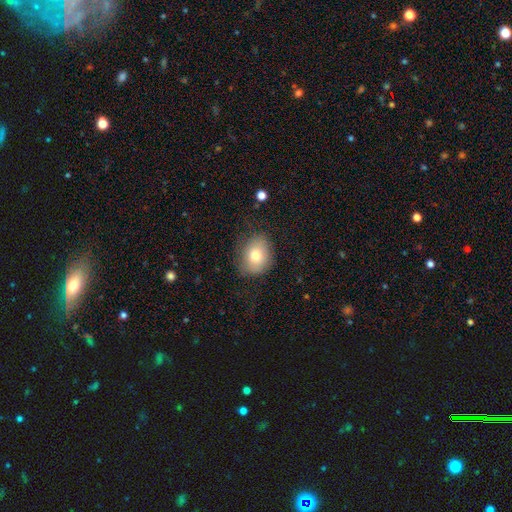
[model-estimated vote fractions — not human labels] A smooth galaxy with no disk features (75%) that is round (51%).

Vote fractions:
- Smooth or featured? smooth: 75% / featured or disk: 15% / star or artifact: 10%
- How rounded? round: 51% / in between: 48% / cigar-shaped: 1%
- Merging? none: 74% / minor disturbance: 18% / major disturbance: 6% / merger: 1%